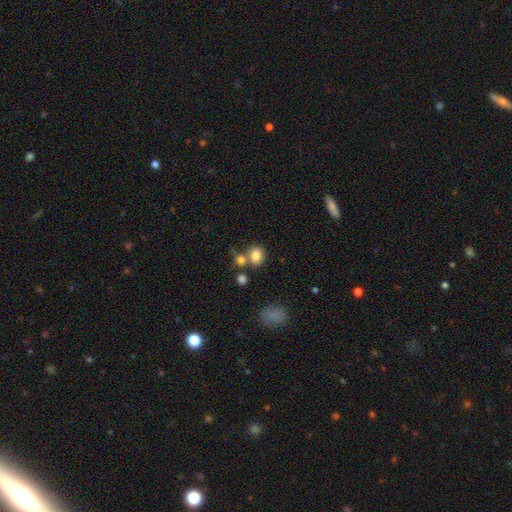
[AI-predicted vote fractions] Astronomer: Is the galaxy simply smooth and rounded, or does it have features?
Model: smooth — 81%.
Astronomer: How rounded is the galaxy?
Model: round — 63%.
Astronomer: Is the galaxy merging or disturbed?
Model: none — 60%.